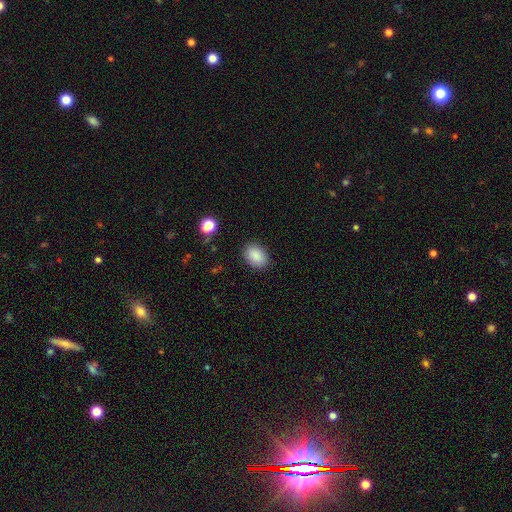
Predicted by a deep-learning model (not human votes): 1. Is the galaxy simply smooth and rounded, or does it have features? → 88% smooth, 8% star or artifact, 4% featured or disk.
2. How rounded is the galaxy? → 78% in between, 21% round, 1% cigar-shaped.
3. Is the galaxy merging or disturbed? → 87% none, 9% minor disturbance, 3% major disturbance, 1% merger.